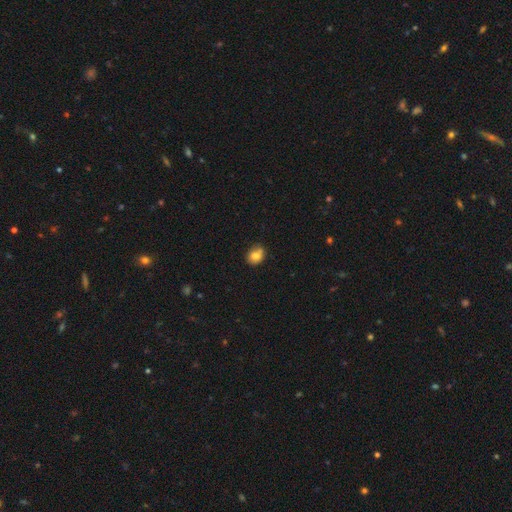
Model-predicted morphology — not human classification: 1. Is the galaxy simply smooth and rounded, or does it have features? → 79% smooth, 11% featured or disk, 10% star or artifact.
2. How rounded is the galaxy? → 60% round, 40% in between, 1% cigar-shaped.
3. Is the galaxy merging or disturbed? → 63% none, 21% minor disturbance, 12% merger, 4% major disturbance.